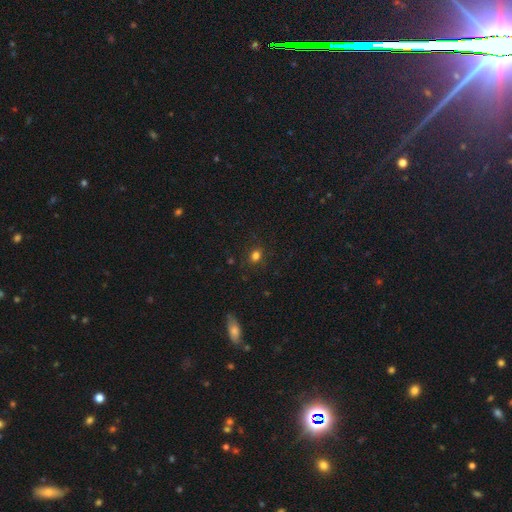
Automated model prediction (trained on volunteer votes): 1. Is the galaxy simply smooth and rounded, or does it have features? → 80% smooth, 15% star or artifact, 5% featured or disk.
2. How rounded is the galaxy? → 51% in between, 47% round, 2% cigar-shaped.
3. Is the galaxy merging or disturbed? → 85% none, 10% minor disturbance, 3% major disturbance, 1% merger.